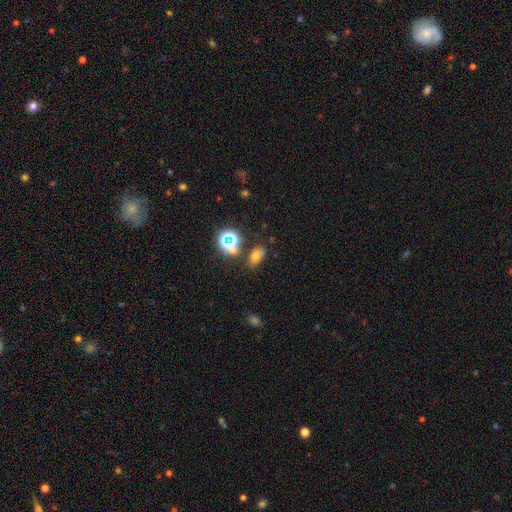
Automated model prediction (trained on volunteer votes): smooth-or-featured: smooth: 61% | star or artifact: 26% | featured or disk: 13%
  how-rounded: in between: 83% | round: 14% | cigar-shaped: 3%
  merging: none: 70% | minor disturbance: 16% | merger: 9% | major disturbance: 6%